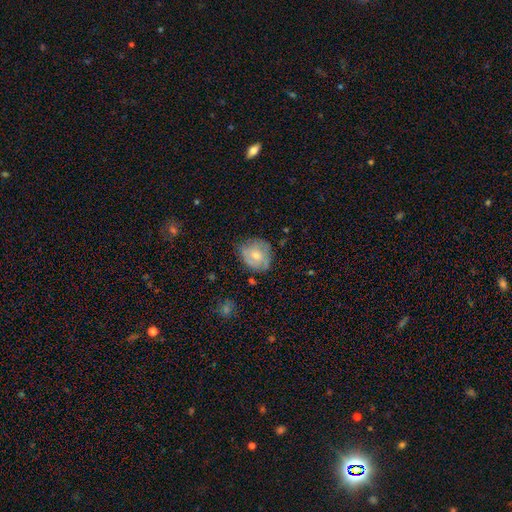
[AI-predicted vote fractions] Smooth or featured?
  - smooth: 55% *
  - featured or disk: 38%
  - star or artifact: 7%
How rounded?
  - round: 69% *
  - in between: 30%
  - cigar-shaped: 1%
Merging?
  - none: 62% *
  - minor disturbance: 28%
  - major disturbance: 8%
  - merger: 2%